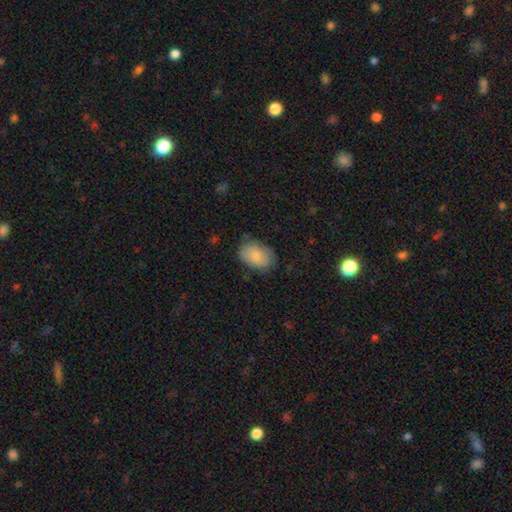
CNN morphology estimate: smooth-or-featured: smooth: 82% | featured or disk: 11% | star or artifact: 6%
  how-rounded: in between: 85% | round: 14% | cigar-shaped: 1%
  merging: none: 76% | minor disturbance: 18% | major disturbance: 4% | merger: 1%